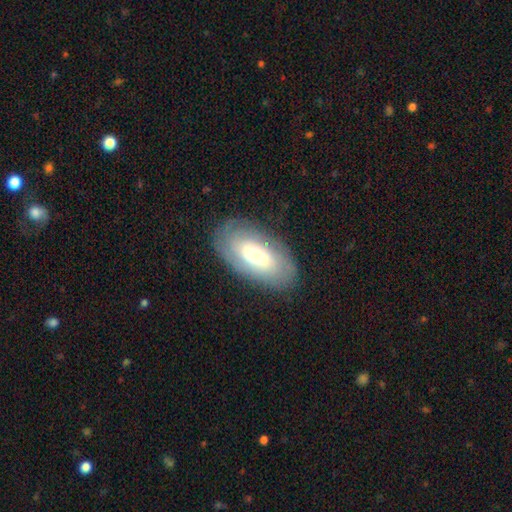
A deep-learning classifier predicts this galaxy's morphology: smooth 49%, featured or disk 43%, star or artifact 7%. Down the decision tree: merging — none (81%).